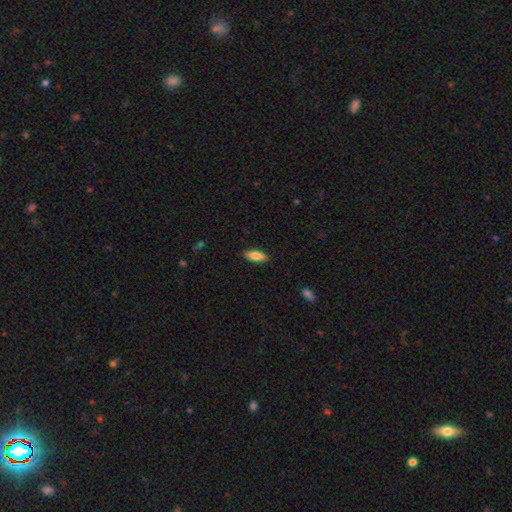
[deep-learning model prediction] A smooth galaxy with no disk features (86%) that is in between round and cigar-shaped (74%).

Vote fractions:
- Smooth or featured? smooth: 86% / featured or disk: 8% / star or artifact: 6%
- How rounded? in between: 74% / cigar-shaped: 24% / round: 2%
- Merging? none: 88% / minor disturbance: 9% / major disturbance: 2% / merger: 1%